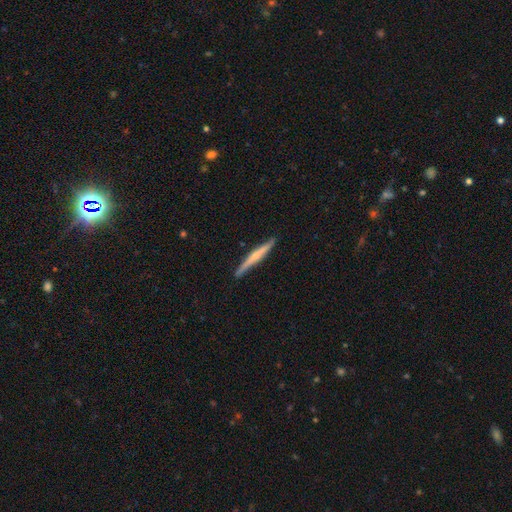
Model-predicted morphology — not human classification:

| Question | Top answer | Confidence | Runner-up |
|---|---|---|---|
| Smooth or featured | featured or disk | 58% | smooth (37%) |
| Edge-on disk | yes | 97% | no (3%) |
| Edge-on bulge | rounded | 55% | none (36%) |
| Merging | none | 88% | minor disturbance (9%) |